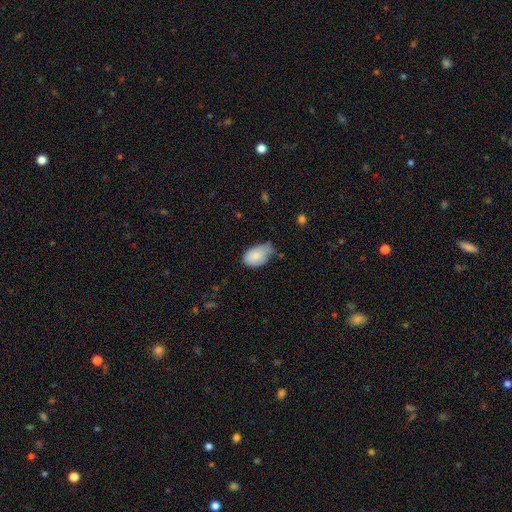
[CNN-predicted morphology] A smooth galaxy with no disk features (83%) that is in between round and cigar-shaped (91%).

Vote fractions:
- Smooth or featured? smooth: 83% / featured or disk: 10% / star or artifact: 7%
- How rounded? in between: 91% / round: 8% / cigar-shaped: 1%
- Merging? minor disturbance: 49% / none: 36% / major disturbance: 11% / merger: 4%